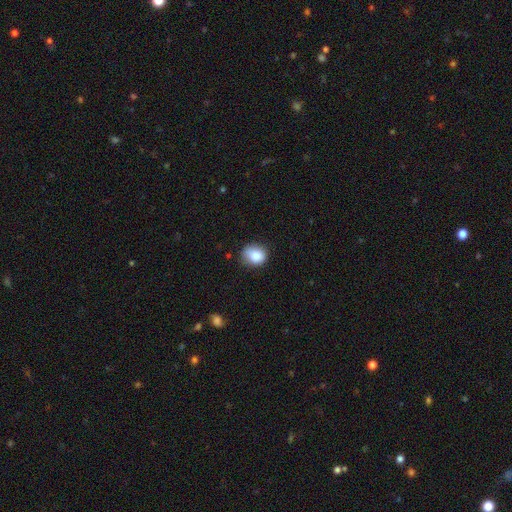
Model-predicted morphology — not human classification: Overall: smooth (85%). How rounded: round (66%; in between 33%). Merging: none (65%; minor disturbance 27%).